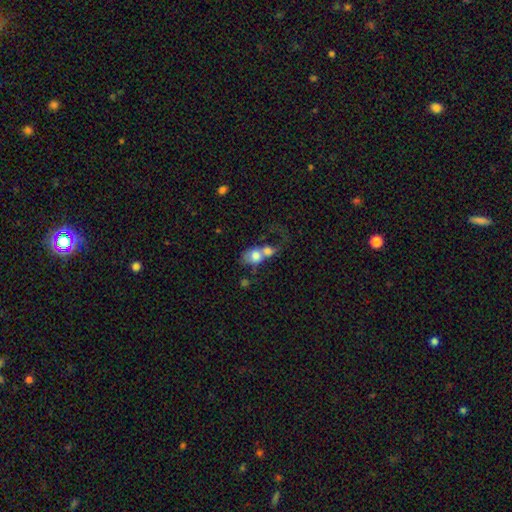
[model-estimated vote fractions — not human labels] Smooth or featured? smooth (67%)
How rounded? in between (57%)
Merging? merger (74%)